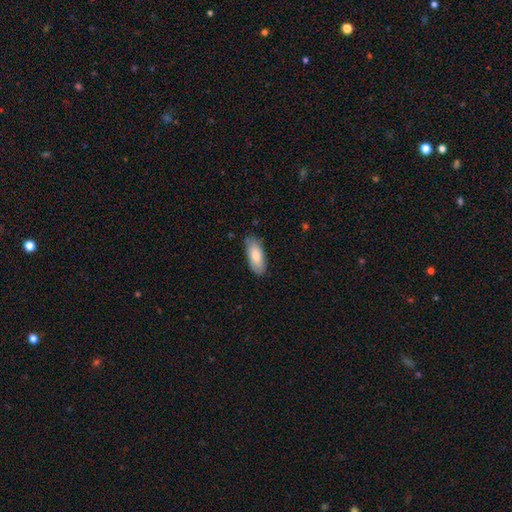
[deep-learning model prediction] Q: Smooth or featured?
A: smooth (79%); runner-up: featured or disk (16%)
Q: How rounded?
A: in between (81%); runner-up: cigar-shaped (17%)
Q: Merging?
A: none (79%); runner-up: minor disturbance (17%)